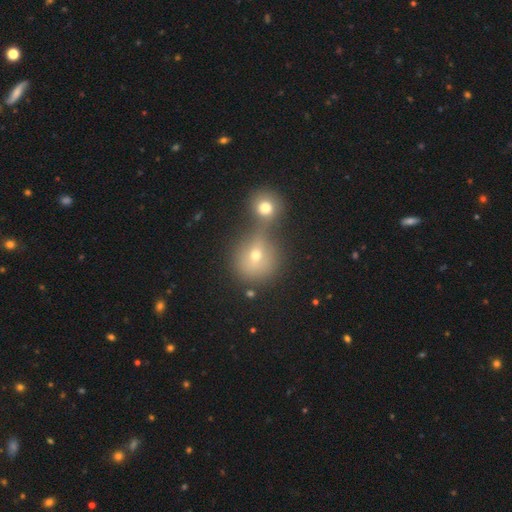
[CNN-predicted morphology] smooth 63%, star or artifact 21%, featured or disk 15%. Down the decision tree: how rounded — round (88%); merging — merger (49%).